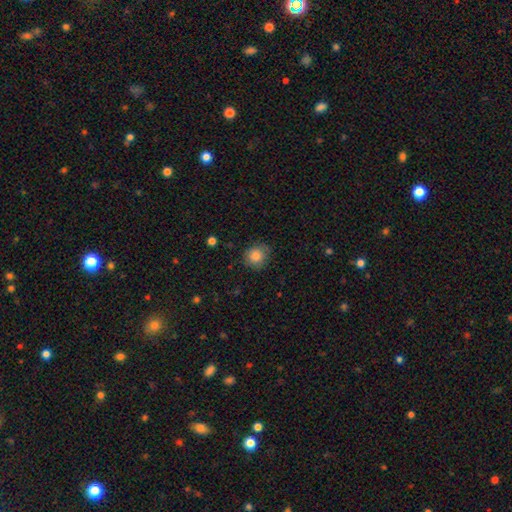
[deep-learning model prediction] Smooth or featured: smooth — 85% (star or artifact — 9%)
How rounded: round — 81% (in between — 18%)
Merging: none — 78% (minor disturbance — 17%)